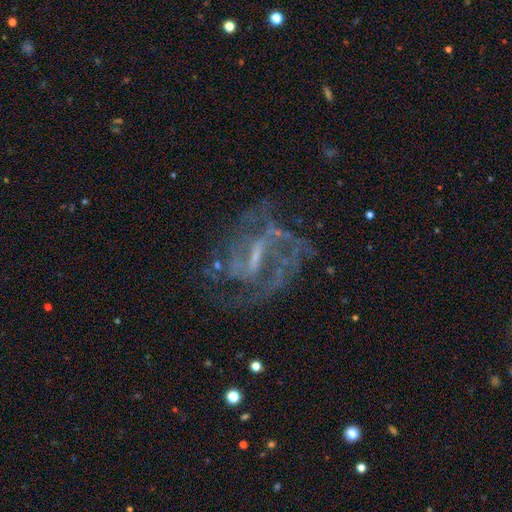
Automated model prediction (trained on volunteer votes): This appears to be a featured or disk galaxy (84%) with a weak bar (45%), 2 (39%) medium (48%) spiral arms (88%) and a small central bulge (42%). Merging: none (56%).